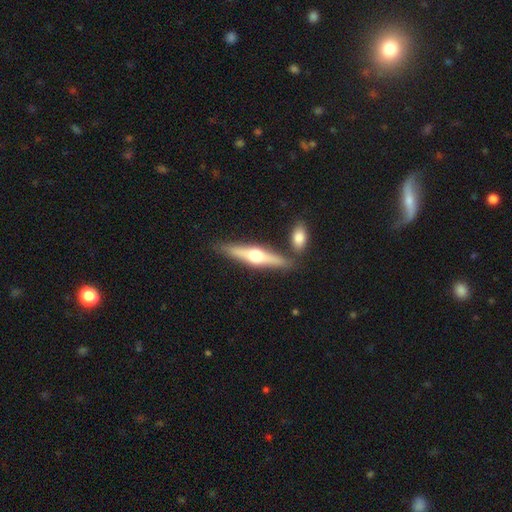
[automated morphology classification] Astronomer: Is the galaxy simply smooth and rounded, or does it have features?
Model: featured or disk — 63%.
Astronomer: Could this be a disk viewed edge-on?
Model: yes — 95%.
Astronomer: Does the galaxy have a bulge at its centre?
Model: rounded — 94%.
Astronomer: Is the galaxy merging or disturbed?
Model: none — 77%.